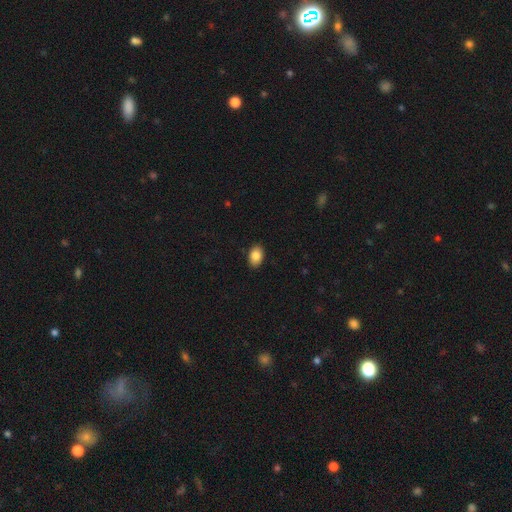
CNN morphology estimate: Smooth or featured? Predicted: smooth (p=0.86). How rounded? Predicted: in between (p=0.86). Merging? Predicted: none (p=0.89).